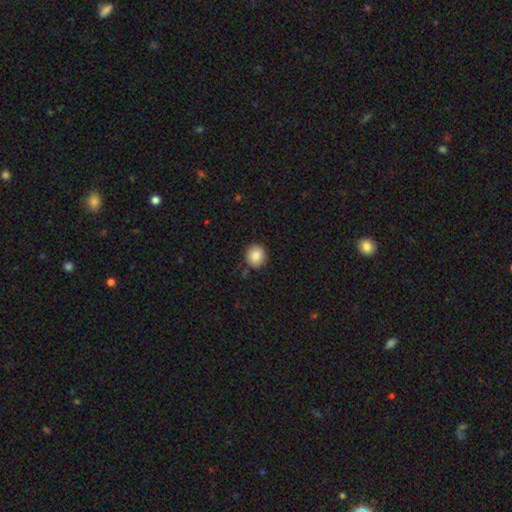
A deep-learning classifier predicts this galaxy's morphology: smooth-or-featured: smooth: 87% | star or artifact: 8% | featured or disk: 4%
  how-rounded: round: 88% | in between: 11% | cigar-shaped: 1%
  merging: none: 88% | minor disturbance: 8% | major disturbance: 2% | merger: 2%